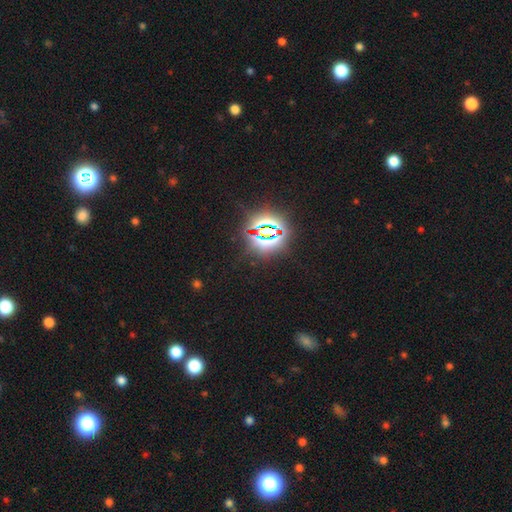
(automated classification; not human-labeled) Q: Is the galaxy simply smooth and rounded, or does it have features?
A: star or artifact — 83%.